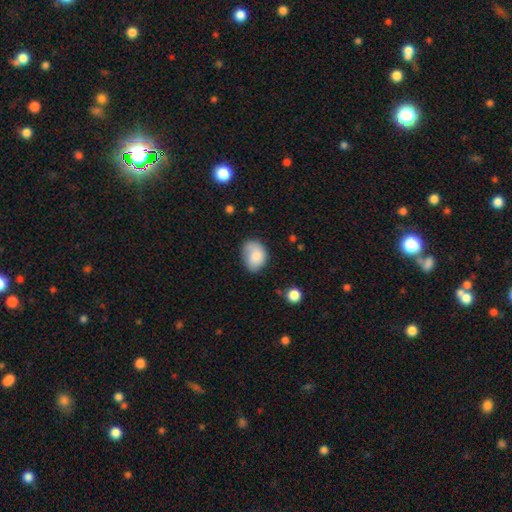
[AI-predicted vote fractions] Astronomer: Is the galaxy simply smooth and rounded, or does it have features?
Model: smooth — 81%.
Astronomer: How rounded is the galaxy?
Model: in between — 66%.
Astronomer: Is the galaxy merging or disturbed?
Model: none — 52% (runner-up: minor disturbance, 33%).